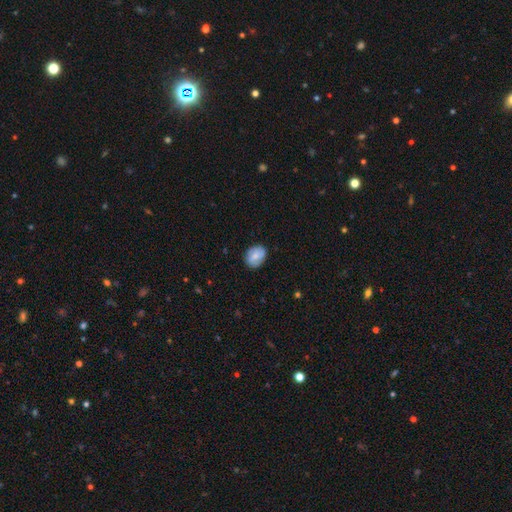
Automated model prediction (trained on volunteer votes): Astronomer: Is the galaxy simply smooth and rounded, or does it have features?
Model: smooth — 71%.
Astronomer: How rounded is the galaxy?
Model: in between — 53% (runner-up: round, 46%).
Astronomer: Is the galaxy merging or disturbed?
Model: none — 81%.